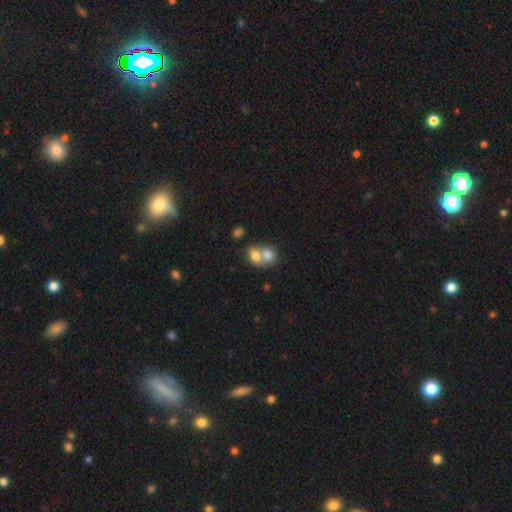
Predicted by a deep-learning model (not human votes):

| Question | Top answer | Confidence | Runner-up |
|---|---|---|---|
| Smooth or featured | smooth | 76% | featured or disk (15%) |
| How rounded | in between | 63% | round (36%) |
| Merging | merger | 71% | none (20%) |